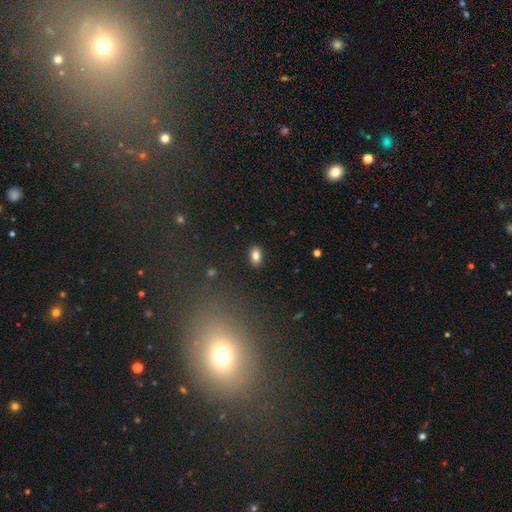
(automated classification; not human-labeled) Smooth or featured? smooth (83%)
How rounded? in between (84%)
Merging? none (88%)